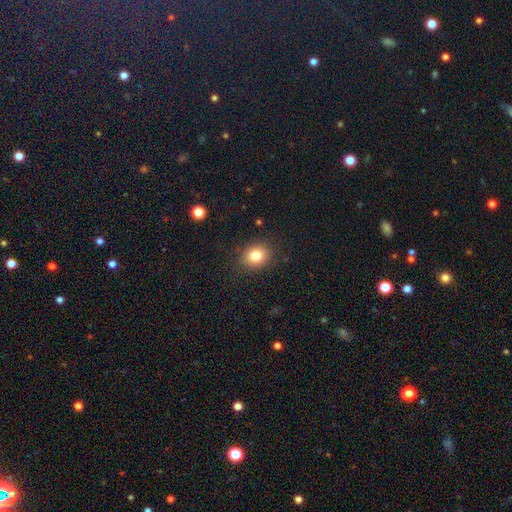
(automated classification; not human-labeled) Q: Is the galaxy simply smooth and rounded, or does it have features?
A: smooth — 81%.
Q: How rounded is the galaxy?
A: round — 58%.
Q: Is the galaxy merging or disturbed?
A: none — 87%.